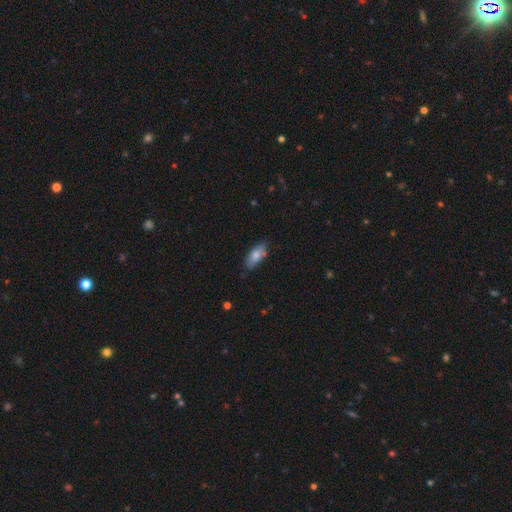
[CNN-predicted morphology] A smooth galaxy with no disk features (75%) that is in between round and cigar-shaped (83%). Merging: none (75%).